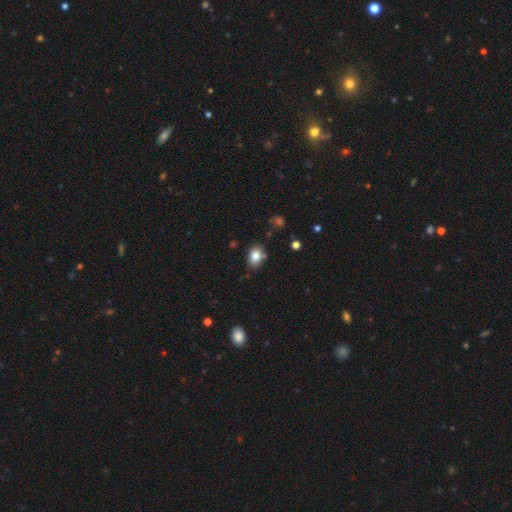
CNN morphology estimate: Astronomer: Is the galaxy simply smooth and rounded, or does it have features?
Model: smooth — 82%.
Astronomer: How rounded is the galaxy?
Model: in between — 74%.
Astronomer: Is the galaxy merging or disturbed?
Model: none — 78%.